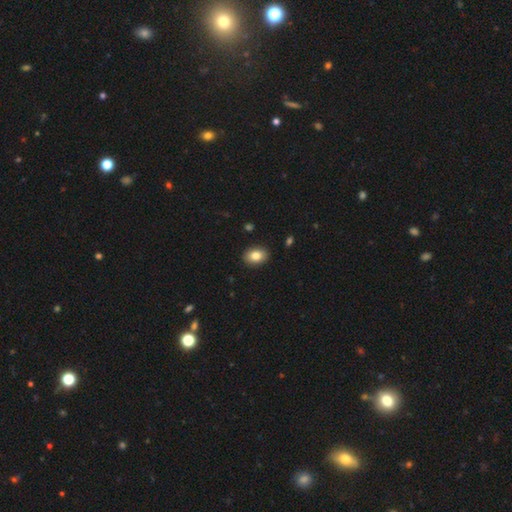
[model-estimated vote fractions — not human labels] This appears to be a smooth galaxy with no disk features (83%) that is in between round and cigar-shaped (79%). Merging: none (90%).